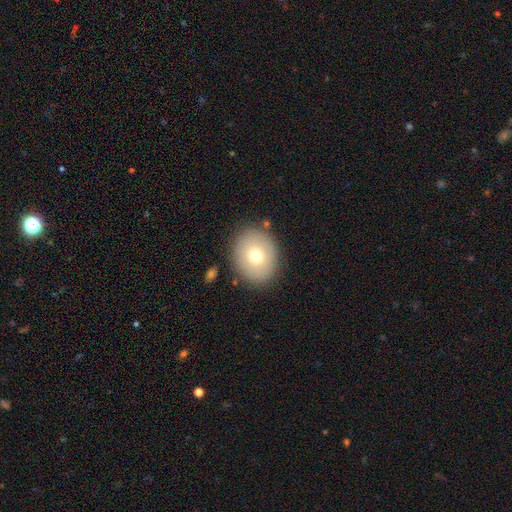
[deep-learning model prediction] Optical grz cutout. It shows a smooth galaxy with no disk features (71%) that is round (51%). Merging: none (86%).